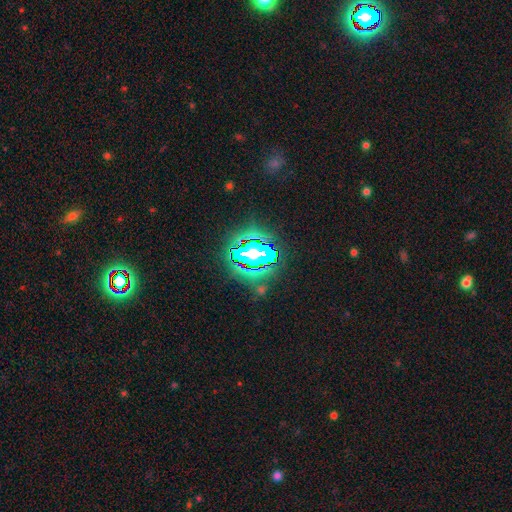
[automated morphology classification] A star or artifact, not a galaxy (63%).

Vote fractions:
- Smooth or featured? star or artifact: 63% / smooth: 21% / featured or disk: 16%